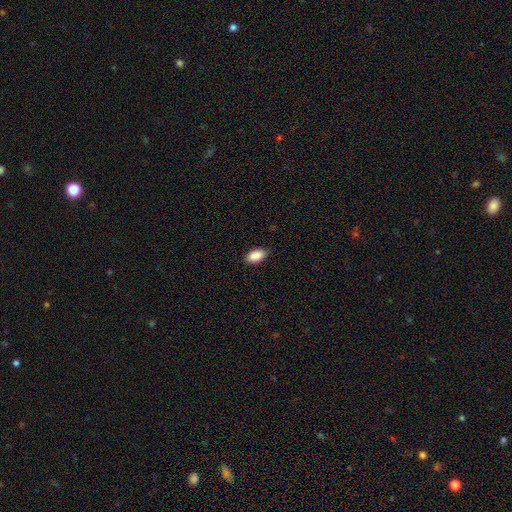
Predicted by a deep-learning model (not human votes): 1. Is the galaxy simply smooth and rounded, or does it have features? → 90% smooth, 7% star or artifact, 3% featured or disk.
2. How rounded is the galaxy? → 93% in between, 4% round, 3% cigar-shaped.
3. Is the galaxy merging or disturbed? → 87% none, 11% minor disturbance, 2% major disturbance, 1% merger.